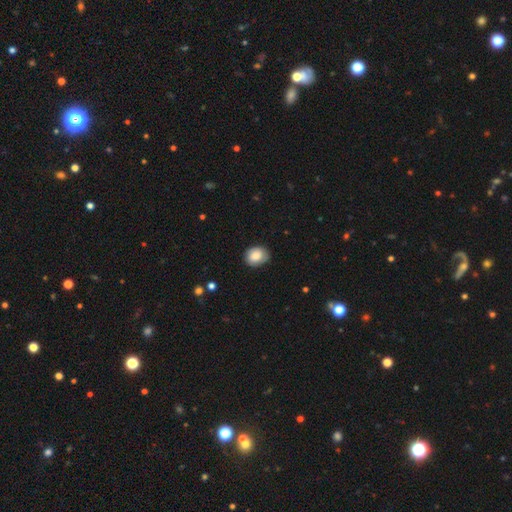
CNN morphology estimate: Smooth or featured? smooth (82%)
How rounded? round (50%)
Merging? none (79%)